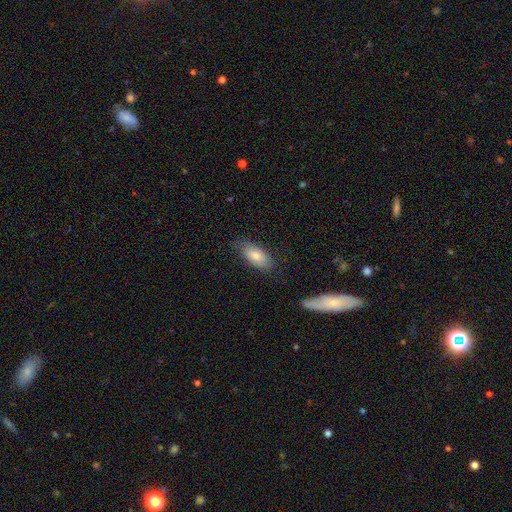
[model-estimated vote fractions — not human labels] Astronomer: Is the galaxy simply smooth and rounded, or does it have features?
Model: smooth — 76%.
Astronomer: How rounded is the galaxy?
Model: in between — 87%.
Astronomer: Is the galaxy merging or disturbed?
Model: none — 73%.